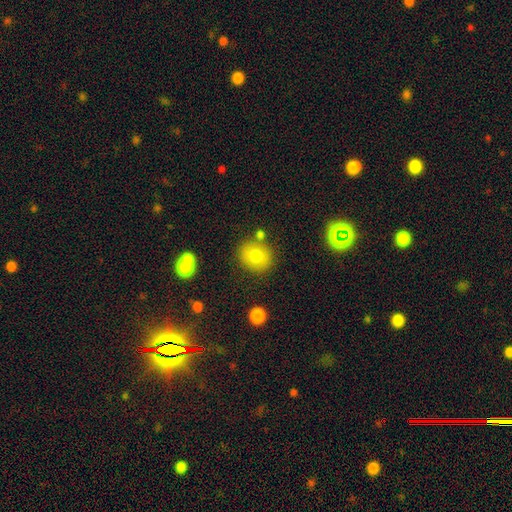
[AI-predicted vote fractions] A smooth galaxy with no disk features (76%) that is round (81%). Merging: none (78%).